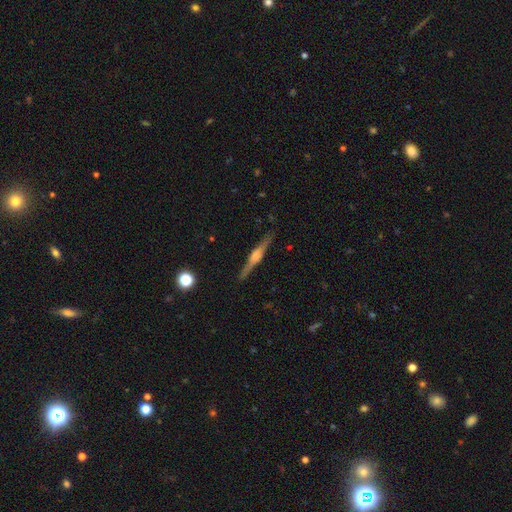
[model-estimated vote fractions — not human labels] smooth-or-featured: featured or disk: 80% | smooth: 14% | star or artifact: 6%
  disk-edge-on: yes: 98% | no: 2%
    edge-on-bulge: rounded: 82% | boxy: 13% | none: 5%
  merging: none: 90% | minor disturbance: 7% | major disturbance: 2% | merger: 1%